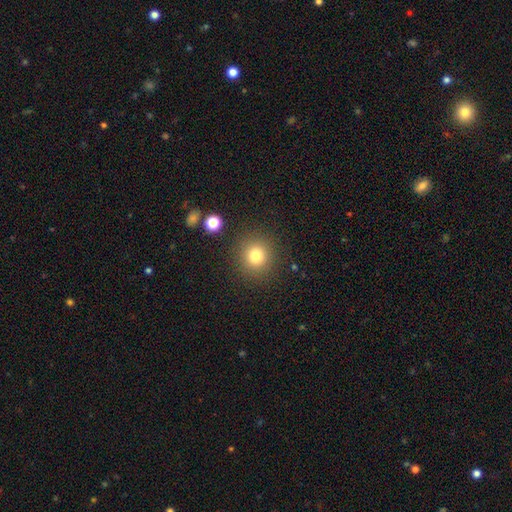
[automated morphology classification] smooth_or_featured: smooth (p=0.79) [alt: star or artifact p=0.13]
how_rounded: round (p=0.91) [alt: in between p=0.08]
merging: none (p=0.88) [alt: minor disturbance p=0.07]